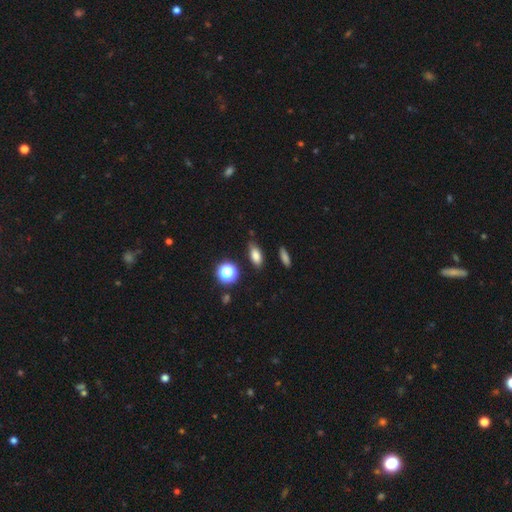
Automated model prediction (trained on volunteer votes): Smooth or featured? Predicted: smooth (p=0.77). How rounded? Predicted: in between (p=0.72). Merging? Predicted: none (p=0.81).